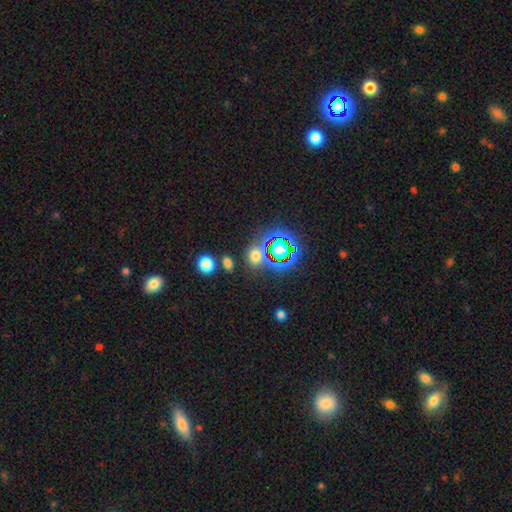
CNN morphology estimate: smooth_or_featured: smooth (p=0.56) [alt: star or artifact p=0.36]
how_rounded: round (p=0.50) [alt: in between p=0.48]
merging: none (p=0.75) [alt: minor disturbance p=0.10]